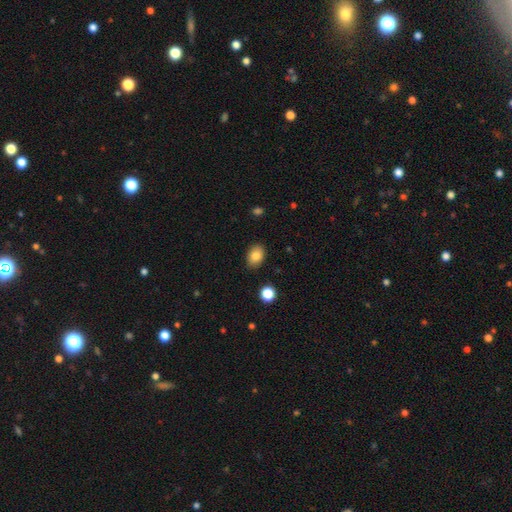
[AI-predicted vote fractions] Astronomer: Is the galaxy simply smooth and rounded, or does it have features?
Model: smooth — 84%.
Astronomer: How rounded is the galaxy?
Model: in between — 75%.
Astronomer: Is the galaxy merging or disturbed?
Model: none — 87%.